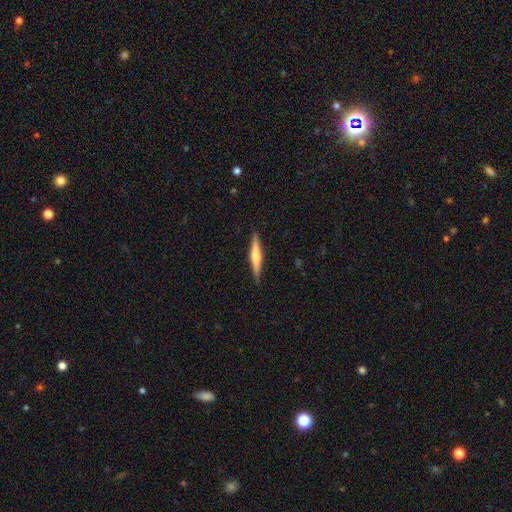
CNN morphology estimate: smooth-or-featured: featured or disk: 57% | smooth: 37% | star or artifact: 6%
  disk-edge-on: yes: 97% | no: 3%
    edge-on-bulge: rounded: 76% | none: 12% | boxy: 12%
  merging: none: 90% | minor disturbance: 8% | major disturbance: 2% | merger: 1%